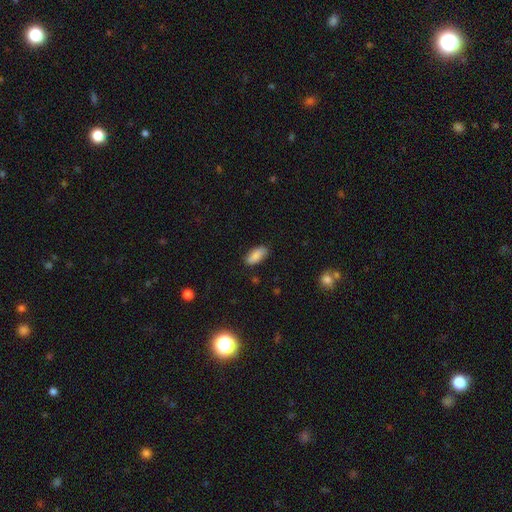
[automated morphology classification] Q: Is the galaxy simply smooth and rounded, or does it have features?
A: smooth — 87%.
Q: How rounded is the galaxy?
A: in between — 86%.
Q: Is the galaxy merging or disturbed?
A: none — 85%.